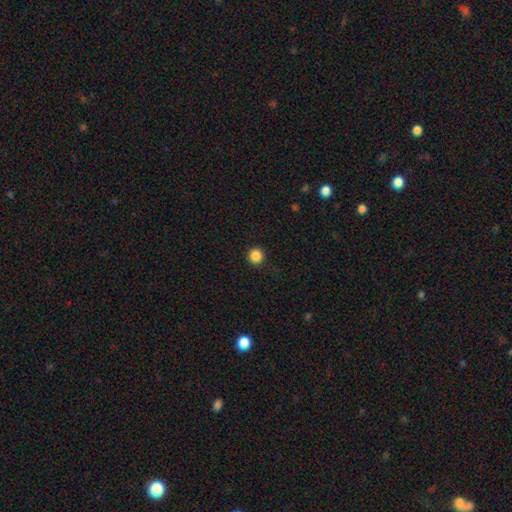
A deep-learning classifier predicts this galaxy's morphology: Overall: smooth (87%). How rounded: round (94%). Merging: none (92%).